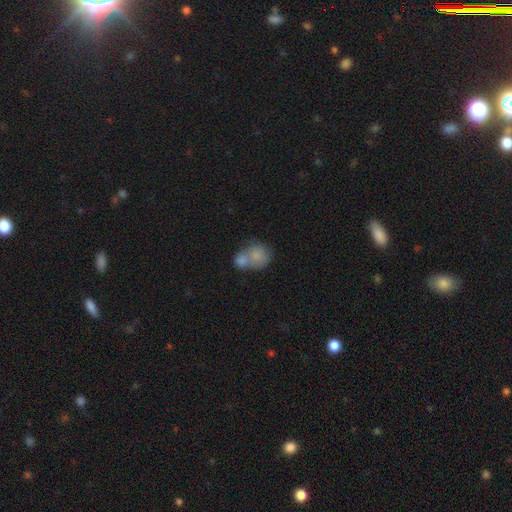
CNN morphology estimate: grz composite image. It shows a smooth galaxy with no disk features (77%) that is round (62%). Merging: merger (65%).